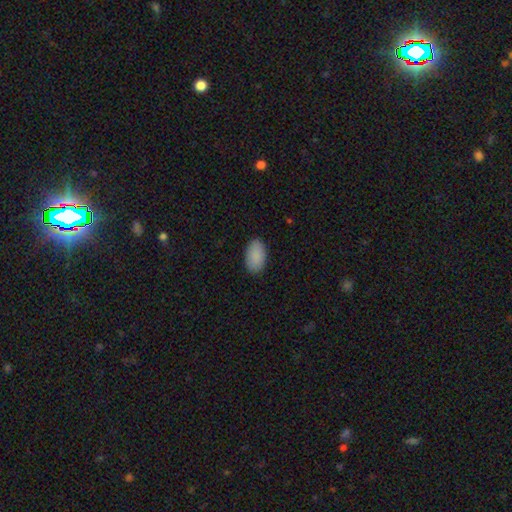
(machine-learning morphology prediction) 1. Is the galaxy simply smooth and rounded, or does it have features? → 90% smooth, 6% star or artifact, 4% featured or disk.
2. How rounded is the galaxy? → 94% in between, 4% round, 1% cigar-shaped.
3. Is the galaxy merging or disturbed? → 88% none, 9% minor disturbance, 2% major disturbance, 1% merger.